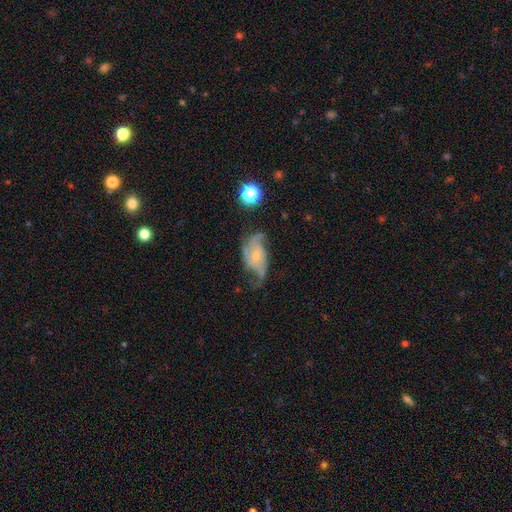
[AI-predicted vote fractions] smooth-or-featured: featured or disk: 80% | smooth: 13% | star or artifact: 7%
  disk-edge-on: no: 96% | yes: 4%
    bar: no: 66% | weak: 28% | strong: 6%
    has-spiral-arms: yes: 93% | no: 7%
      spiral-winding: loose: 44% | medium: 40% | tight: 16%
      spiral-arm-count: 2: 50% | 3: 24% | can't tell: 13% | 4: 5% | 1: 4% | more than 4: 3%
    bulge-size: small: 66% | moderate: 28% | none: 4% | large: 2% | dominant: 1%
  merging: none: 48% | minor disturbance: 26% | major disturbance: 23% | merger: 3%